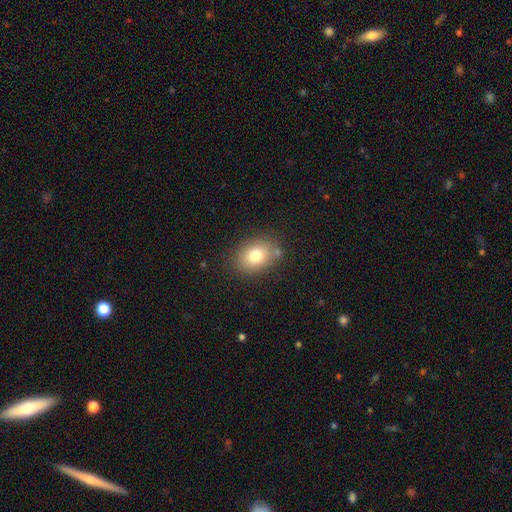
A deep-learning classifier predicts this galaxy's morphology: smooth_or_featured: smooth (p=0.77) [alt: featured or disk p=0.13]
how_rounded: in between (p=0.69) [alt: round p=0.30]
merging: none (p=0.79) [alt: minor disturbance p=0.13]